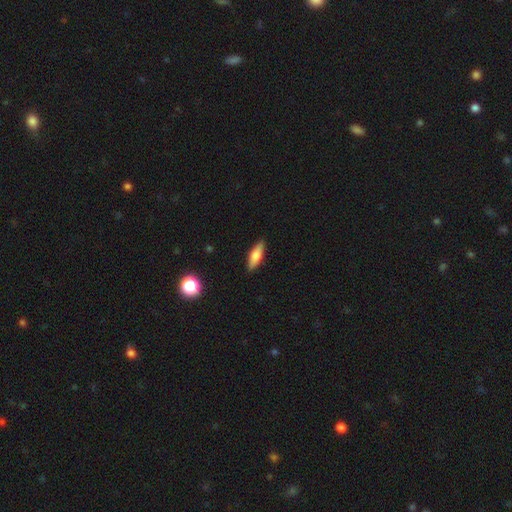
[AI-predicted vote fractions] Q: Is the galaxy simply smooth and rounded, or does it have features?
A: smooth — 72%.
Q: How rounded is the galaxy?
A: in between — 50%.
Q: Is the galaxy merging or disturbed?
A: none — 88%.